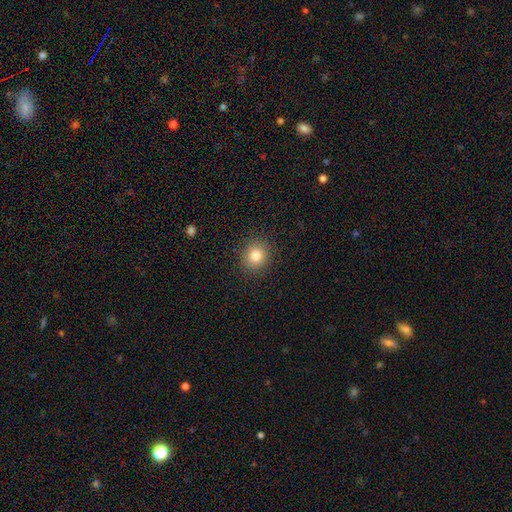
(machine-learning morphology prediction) The model was most divided on "smooth or featured": smooth: 81%, star or artifact: 12%, featured or disk: 7%. More confident: merging — none (90%); how rounded — round (85%).